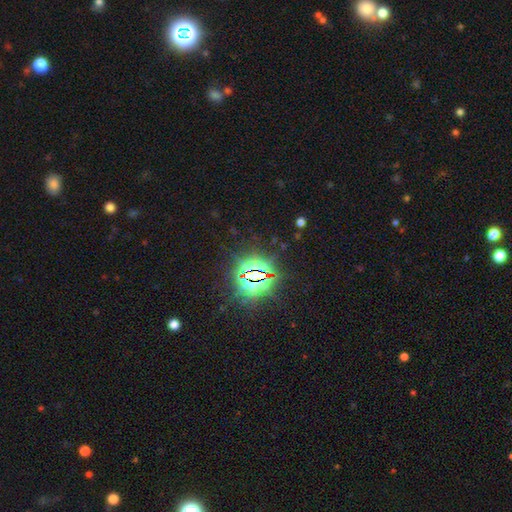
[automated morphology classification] This appears to be a star or artifact, not a galaxy (84%).